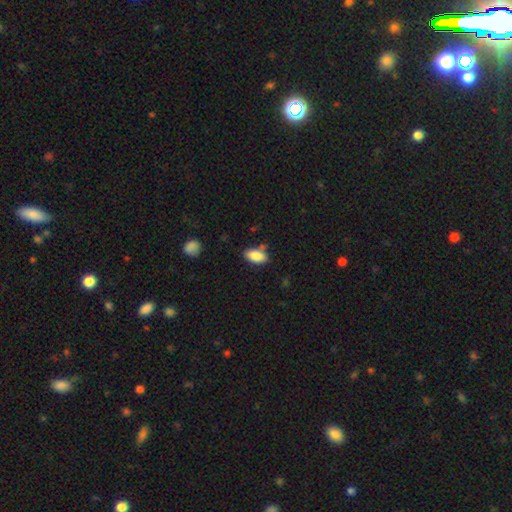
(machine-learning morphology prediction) Overall: smooth (86%). How rounded: in between (91%). Merging: none (76%).